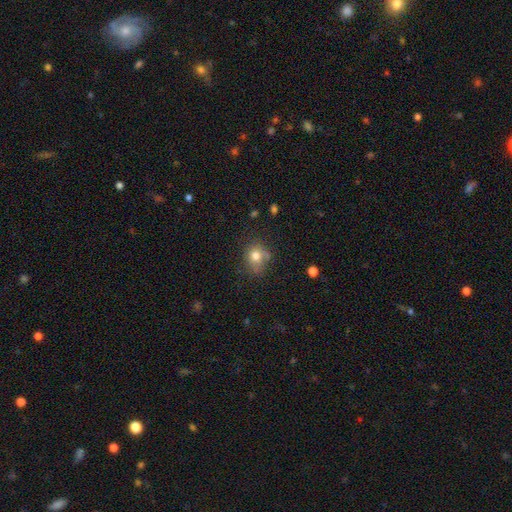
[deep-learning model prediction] A smooth galaxy with no disk features (77%) that is round (70%). Merging: none (61%).